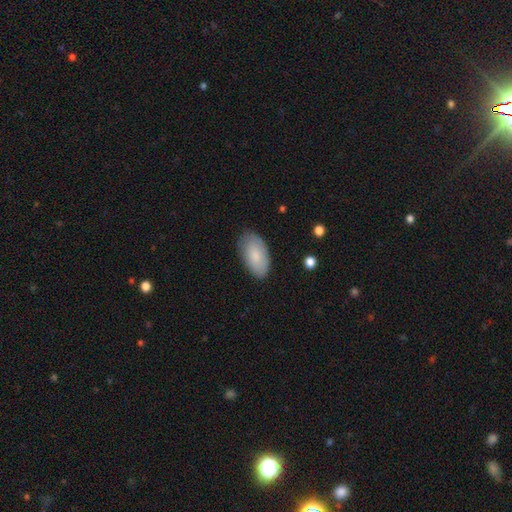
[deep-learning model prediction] This is clearly a smooth galaxy (80%). How rounded: clearly in between (95%). Merging: clearly none (81%).